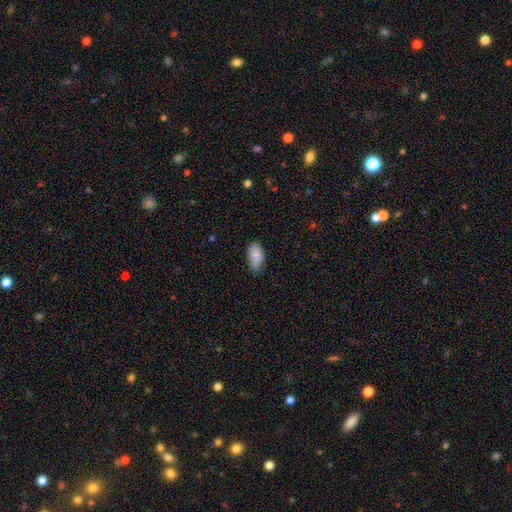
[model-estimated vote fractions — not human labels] Q: Smooth or featured?
A: smooth (83%); runner-up: featured or disk (10%)
Q: How rounded?
A: in between (92%); runner-up: cigar-shaped (5%)
Q: Merging?
A: none (69%); runner-up: minor disturbance (25%)